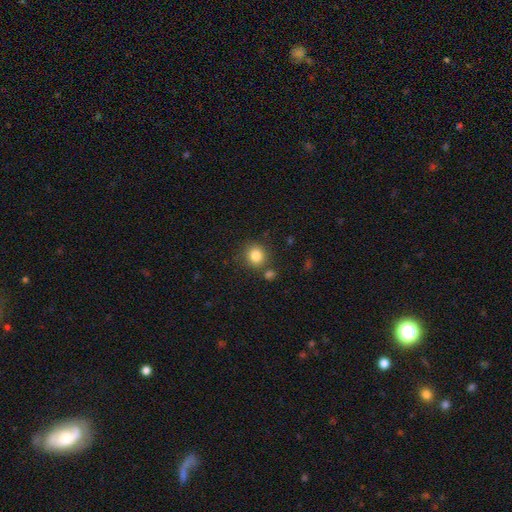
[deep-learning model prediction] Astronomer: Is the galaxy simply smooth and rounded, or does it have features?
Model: smooth — 84%.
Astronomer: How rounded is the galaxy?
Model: round — 88%.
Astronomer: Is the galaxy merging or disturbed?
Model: none — 78%.